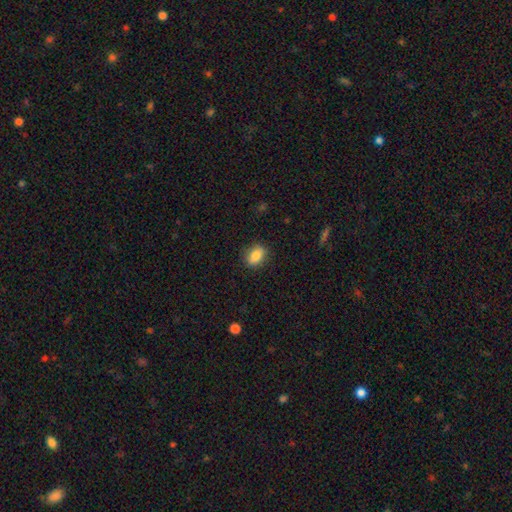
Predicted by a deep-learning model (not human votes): A smooth galaxy with no disk features (83%) that is in between round and cigar-shaped (76%).

Vote fractions:
- Smooth or featured? smooth: 83% / star or artifact: 8% / featured or disk: 8%
- How rounded? in between: 76% / round: 22% / cigar-shaped: 2%
- Merging? none: 86% / minor disturbance: 10% / major disturbance: 3% / merger: 1%